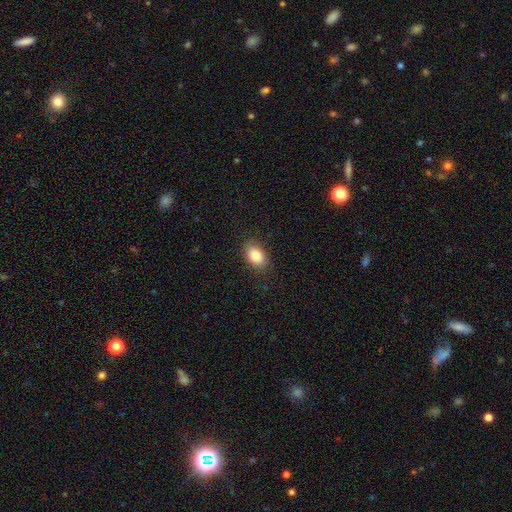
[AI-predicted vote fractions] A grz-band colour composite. It shows a smooth galaxy with no disk features (84%) that is in between round and cigar-shaped (83%). Merging: none (86%).